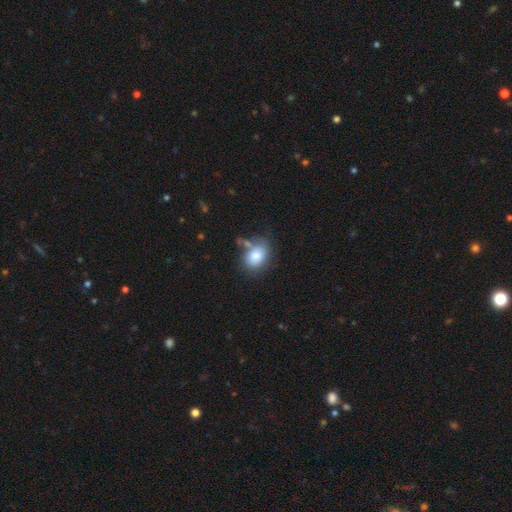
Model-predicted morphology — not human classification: Smooth or featured? smooth (78%)
How rounded? in between (70%)
Merging? none (54%)